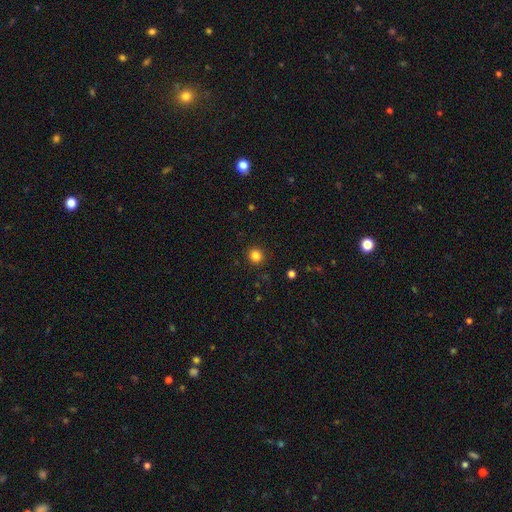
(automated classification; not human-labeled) Smooth or featured: smooth — 84% (star or artifact — 12%)
How rounded: round — 89% (in between — 10%)
Merging: none — 91% (minor disturbance — 6%)